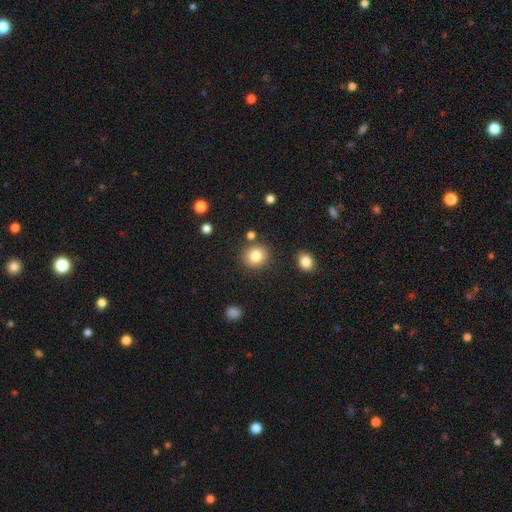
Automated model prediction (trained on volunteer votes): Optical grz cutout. It shows a smooth galaxy with no disk features (83%) that is round (84%). Merging: none (84%).